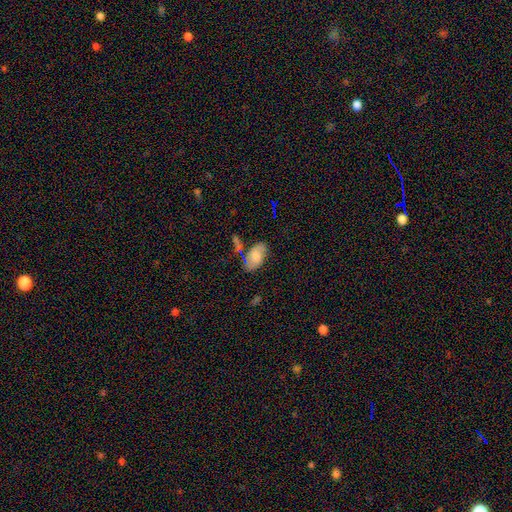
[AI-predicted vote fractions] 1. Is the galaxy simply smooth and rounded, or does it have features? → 47% featured or disk, 44% smooth, 9% star or artifact.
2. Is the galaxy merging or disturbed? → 59% none, 22% minor disturbance, 9% merger, 9% major disturbance.